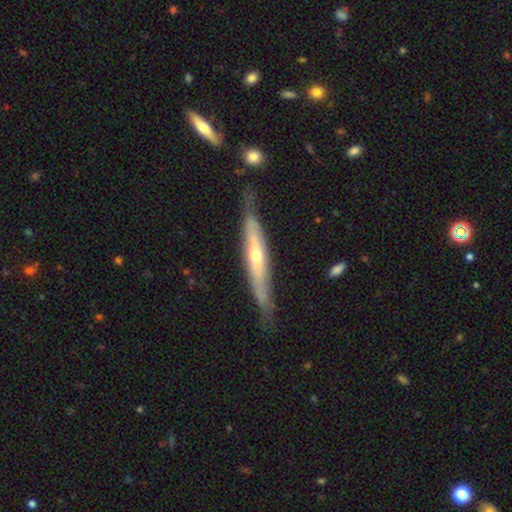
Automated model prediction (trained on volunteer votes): smooth_or_featured: featured or disk (p=0.64) [alt: smooth p=0.31]
disk_edge_on: yes (p=0.78) [alt: no p=0.22]
edge_on_bulge: rounded (p=0.69) [alt: none p=0.26]
merging: none (p=0.72) [alt: minor disturbance p=0.21]